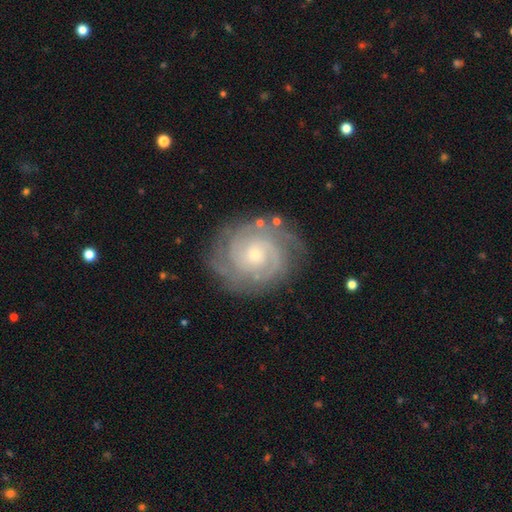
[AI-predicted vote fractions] Overall: featured or disk (87%). Edge-on disk: no (98%). Bar: no (76%). Spiral arms: yes (97%). Spiral arm count: 2 (32%; can't tell 22%). Spiral winding: tight (78%). Bulge size: small (68%). Merging: none (82%).